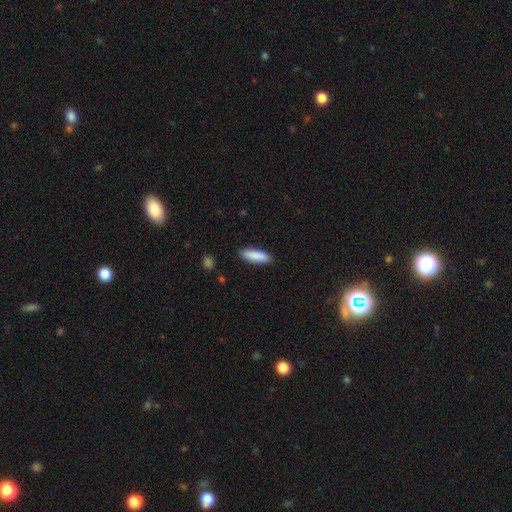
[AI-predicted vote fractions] Smooth or featured? Predicted: smooth (p=0.89). How rounded? Predicted: cigar-shaped (p=0.54). Merging? Predicted: none (p=0.89).